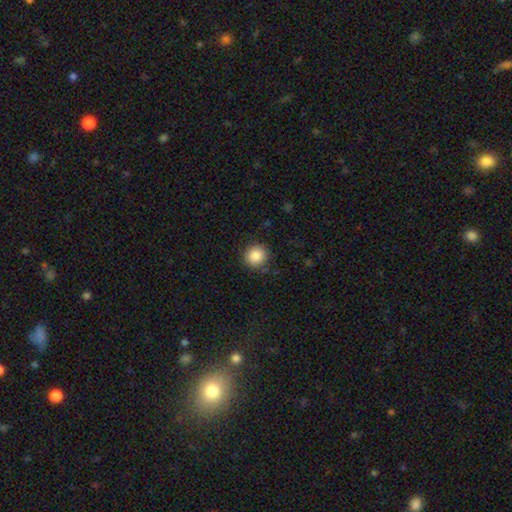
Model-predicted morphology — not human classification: type=smooth (86%); roundness=round (92%); merging=none (87%).